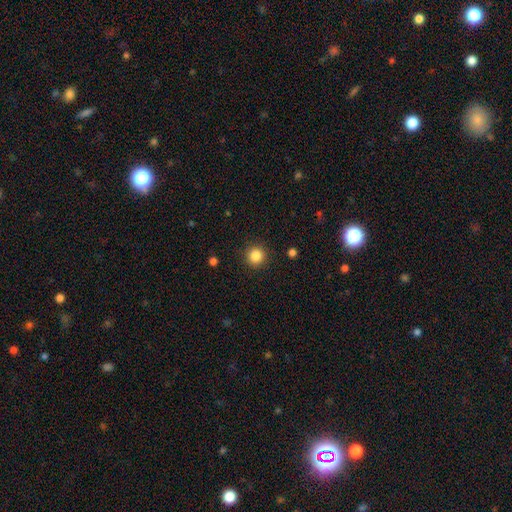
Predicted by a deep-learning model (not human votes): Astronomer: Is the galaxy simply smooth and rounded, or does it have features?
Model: smooth — 85%.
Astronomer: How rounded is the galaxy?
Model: round — 94%.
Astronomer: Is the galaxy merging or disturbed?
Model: none — 91%.